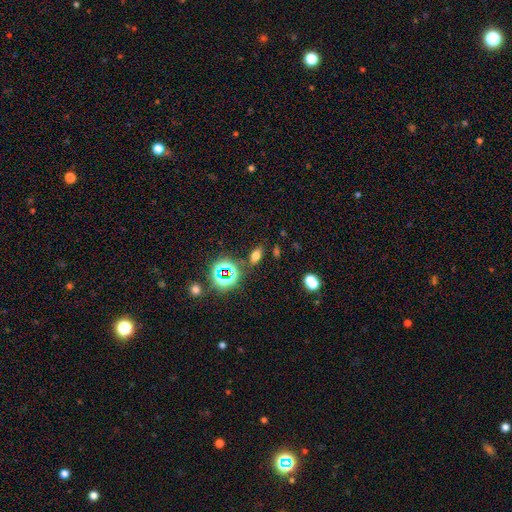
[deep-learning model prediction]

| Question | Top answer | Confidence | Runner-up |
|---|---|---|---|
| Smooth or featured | smooth | 62% | star or artifact (26%) |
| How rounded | in between | 80% | round (12%) |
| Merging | none | 80% | minor disturbance (10%) |